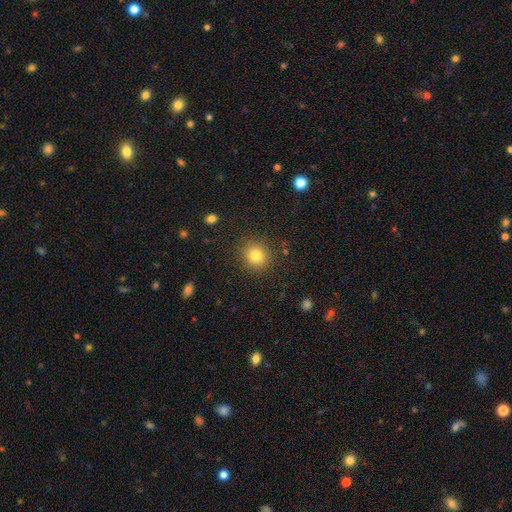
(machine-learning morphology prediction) Smooth or featured? smooth (81%)
How rounded? round (88%)
Merging? none (89%)